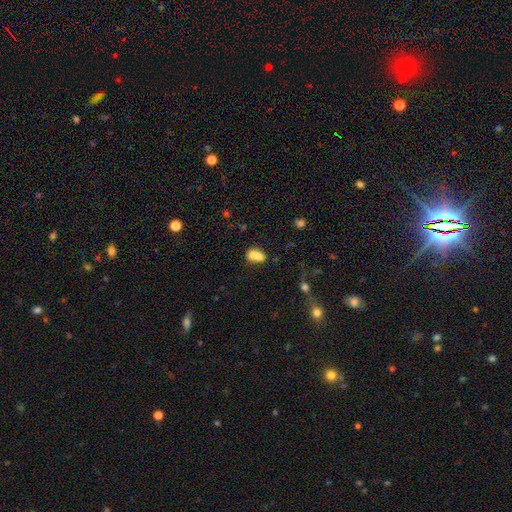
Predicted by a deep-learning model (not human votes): Smooth or featured? Predicted: smooth (p=0.70). How rounded? Predicted: in between (p=0.58). Merging? Predicted: merger (p=0.65).